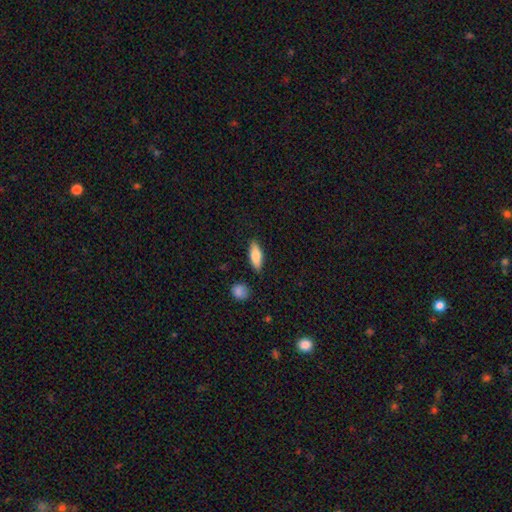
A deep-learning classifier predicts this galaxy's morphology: smooth-or-featured: smooth: 78% | featured or disk: 16% | star or artifact: 6%
  how-rounded: in between: 66% | cigar-shaped: 32% | round: 2%
  merging: none: 85% | minor disturbance: 11% | major disturbance: 2% | merger: 2%